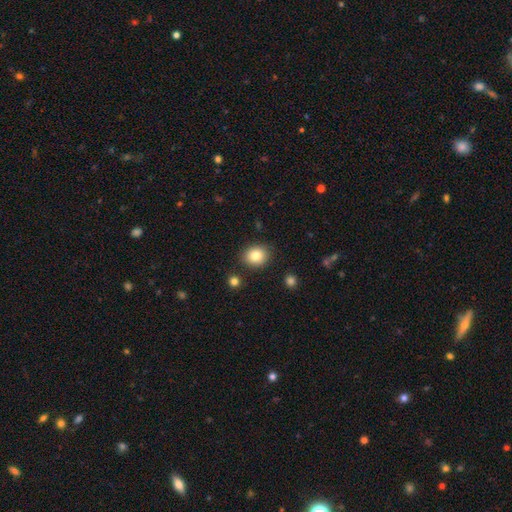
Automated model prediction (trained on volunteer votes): Smooth or featured? smooth (82%)
How rounded? round (71%)
Merging? none (86%)